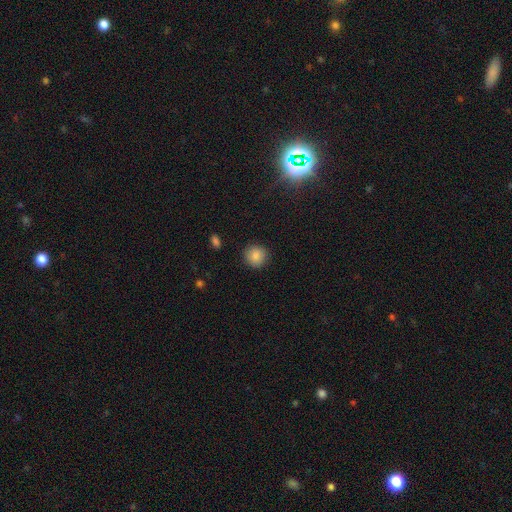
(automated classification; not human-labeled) This is clearly a smooth galaxy (86%). How rounded: clearly round (91%). Merging: clearly none (90%).